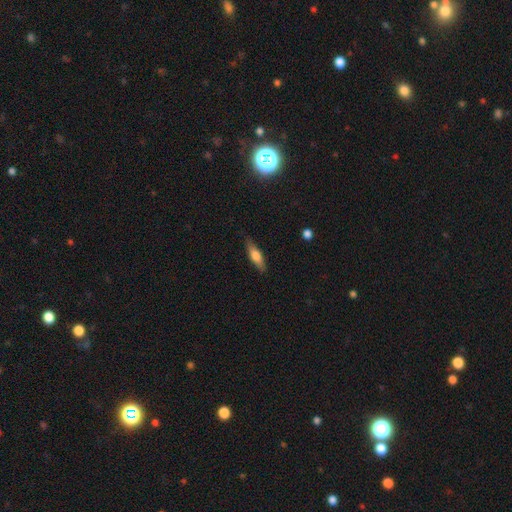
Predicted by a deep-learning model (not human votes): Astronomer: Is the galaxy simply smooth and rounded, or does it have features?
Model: smooth — 62%.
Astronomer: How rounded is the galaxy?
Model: cigar-shaped — 60% (runner-up: in between, 38%).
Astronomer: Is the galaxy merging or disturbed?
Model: none — 85%.